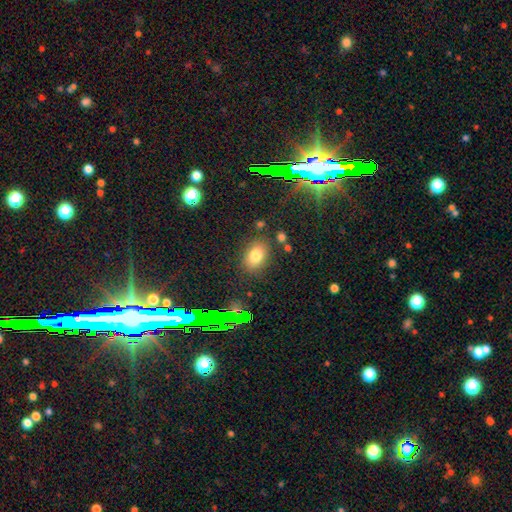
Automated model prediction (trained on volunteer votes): The model was most divided on "how rounded": in between: 74%, round: 25%, cigar-shaped: 1%. More confident: merging — none (82%); smooth or featured — smooth (77%).